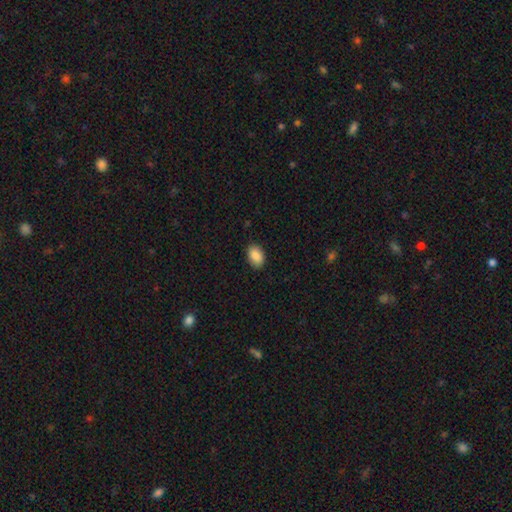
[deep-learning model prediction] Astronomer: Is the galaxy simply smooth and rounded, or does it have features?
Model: smooth — 88%.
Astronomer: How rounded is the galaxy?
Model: in between — 86%.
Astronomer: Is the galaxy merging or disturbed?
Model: none — 89%.